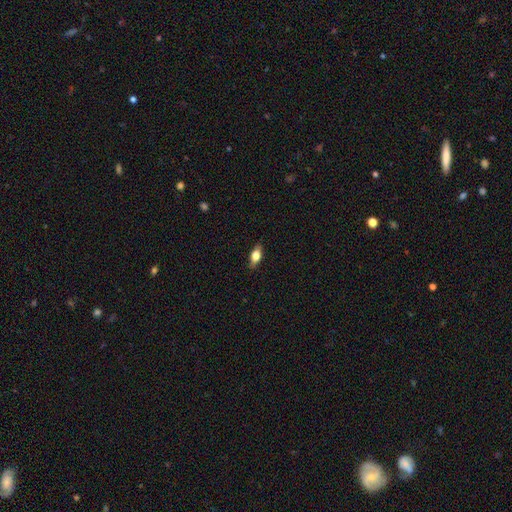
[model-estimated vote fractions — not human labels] smooth-or-featured: smooth: 64% | featured or disk: 28% | star or artifact: 8%
  how-rounded: in between: 79% | cigar-shaped: 16% | round: 5%
  merging: none: 86% | minor disturbance: 11% | major disturbance: 2% | merger: 1%